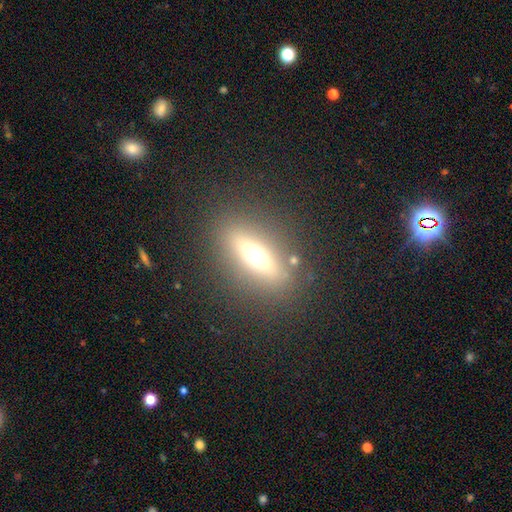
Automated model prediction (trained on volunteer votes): Smooth or featured? smooth (48%)
Merging? none (83%)